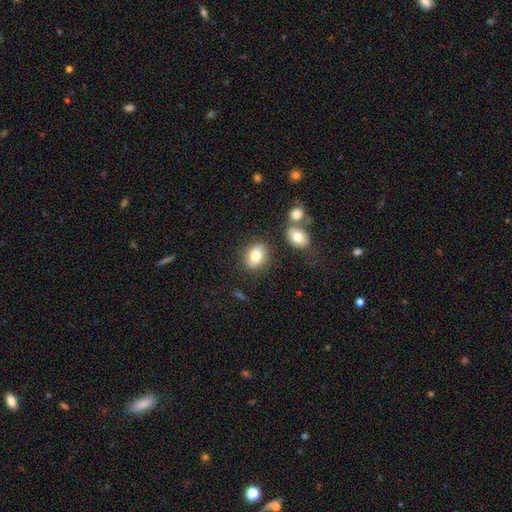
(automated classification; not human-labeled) Smooth or featured: smooth — 79% (featured or disk — 12%)
How rounded: in between — 65% (round — 34%)
Merging: none — 79% (minor disturbance — 12%)